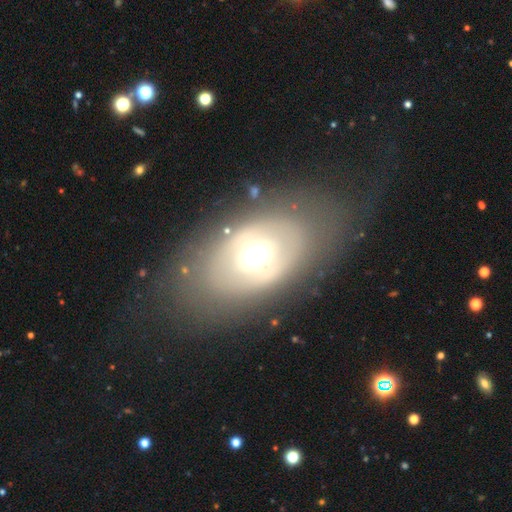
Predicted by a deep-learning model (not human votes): Smooth or featured? Predicted: featured or disk (p=0.46). Merging? Predicted: none (p=0.70).